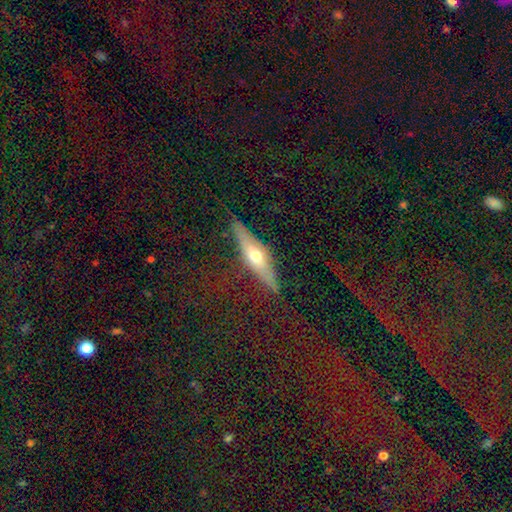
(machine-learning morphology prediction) smooth_or_featured: featured or disk (p=0.51) [alt: smooth p=0.39]
disk_edge_on: yes (p=0.82) [alt: no p=0.18]
merging: none (p=0.77) [alt: minor disturbance p=0.15]